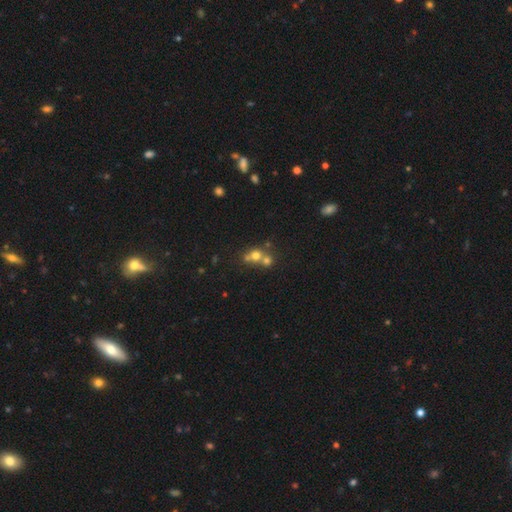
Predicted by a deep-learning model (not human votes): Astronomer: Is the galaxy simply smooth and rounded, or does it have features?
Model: smooth — 64%.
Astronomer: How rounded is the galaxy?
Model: round — 78%.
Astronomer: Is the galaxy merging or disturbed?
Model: merger — 57% (runner-up: none, 32%).